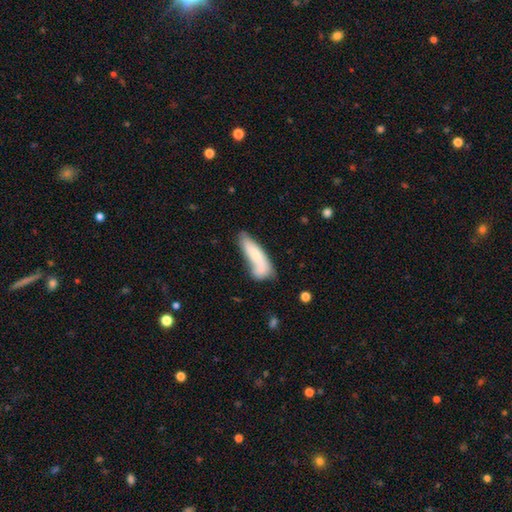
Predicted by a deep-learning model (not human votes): Smooth or featured? smooth (72%)
How rounded? cigar-shaped (57%)
Merging? none (44%)